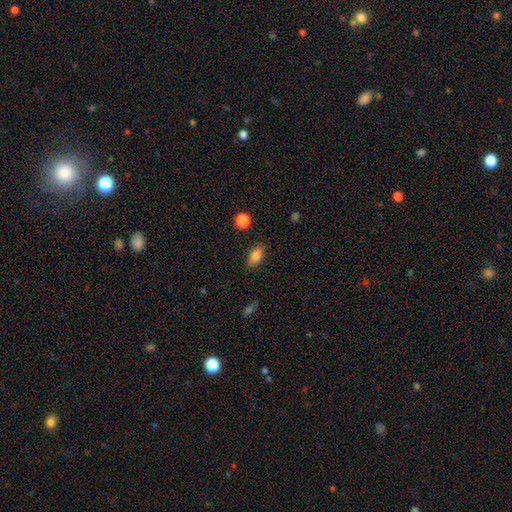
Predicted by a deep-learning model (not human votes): Smooth or featured? smooth (82%)
How rounded? in between (83%)
Merging? none (79%)